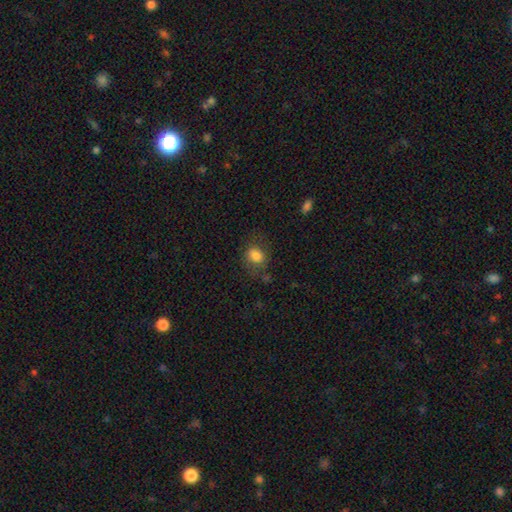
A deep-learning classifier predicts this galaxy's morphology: A smooth galaxy with no disk features (81%) that is in between round and cigar-shaped (49%, tied with round). Merging: none (65%).